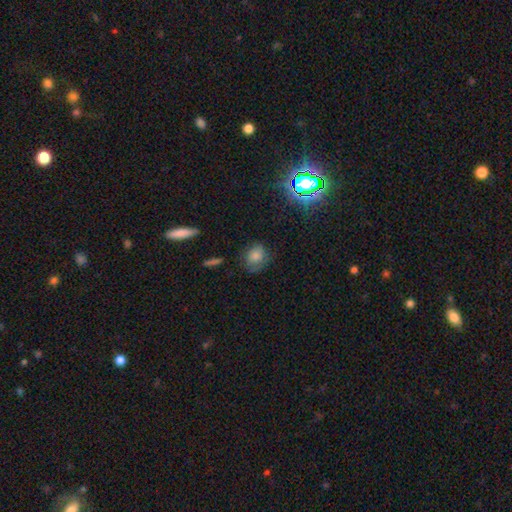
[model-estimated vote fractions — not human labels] Overall: smooth (78%). How rounded: round (58%; in between 40%). Merging: none (66%).